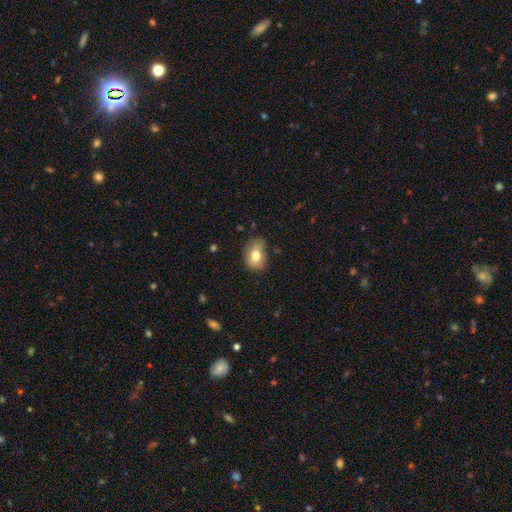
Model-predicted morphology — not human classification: This appears to be a smooth galaxy with no disk features (77%) that is in between round and cigar-shaped (74%). Merging: none (66%).